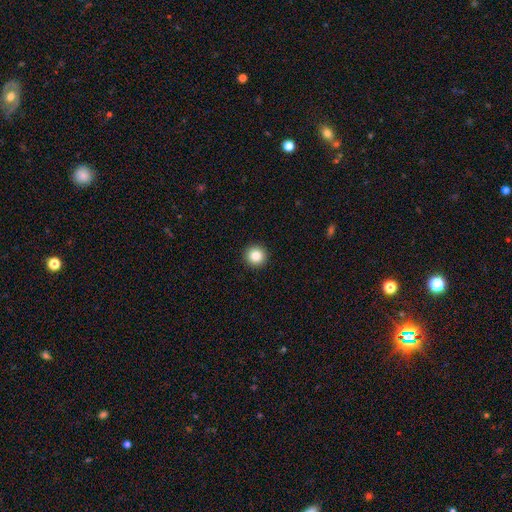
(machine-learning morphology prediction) smooth 85%, star or artifact 10%, featured or disk 5%. Down the decision tree: how rounded — round (96%); merging — none (94%).